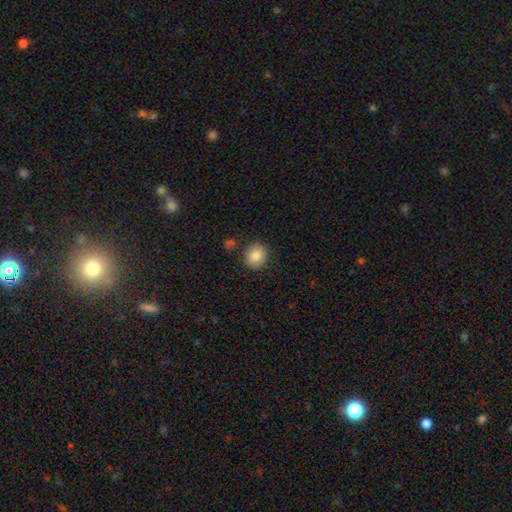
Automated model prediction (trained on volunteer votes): Smooth or featured? smooth (85%)
How rounded? round (74%)
Merging? none (83%)